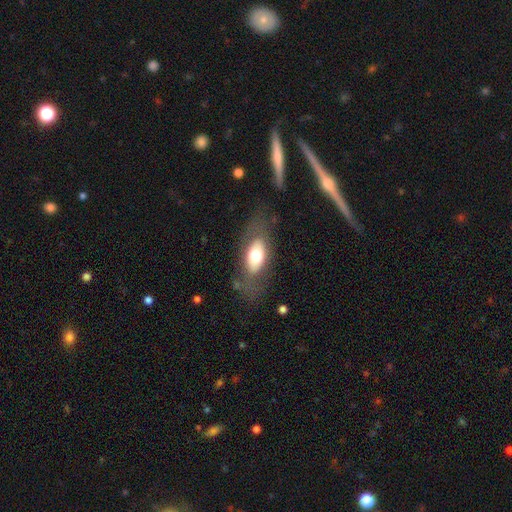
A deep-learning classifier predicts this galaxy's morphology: smooth 60%, featured or disk 33%, star or artifact 7%. Down the decision tree: how rounded — in between (86%); merging — none (74%).